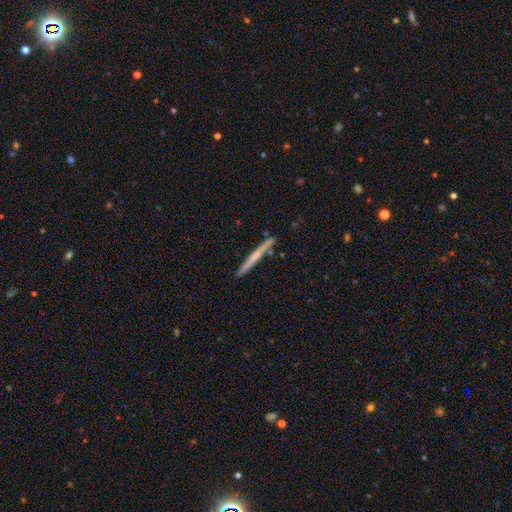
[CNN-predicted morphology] The model was most divided on "edge-on bulge": none: 53%, rounded: 41%, boxy: 6%. More confident: edge-on disk — yes (97%); merging — none (87%); smooth or featured — featured or disk (56%).